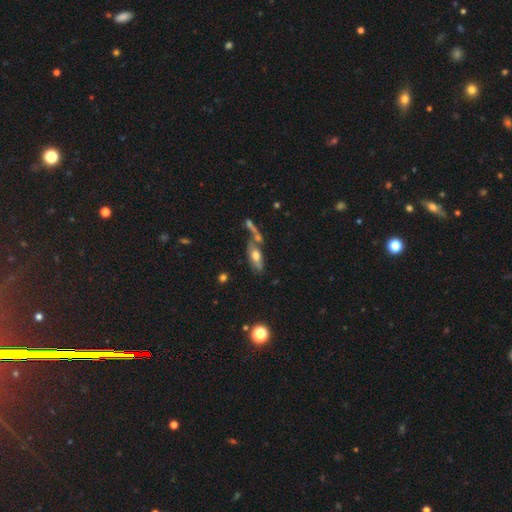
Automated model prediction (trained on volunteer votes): Overall: smooth (51%; featured or disk 40%). How rounded: in between (77%). Merging: merger (39%; none 36%).